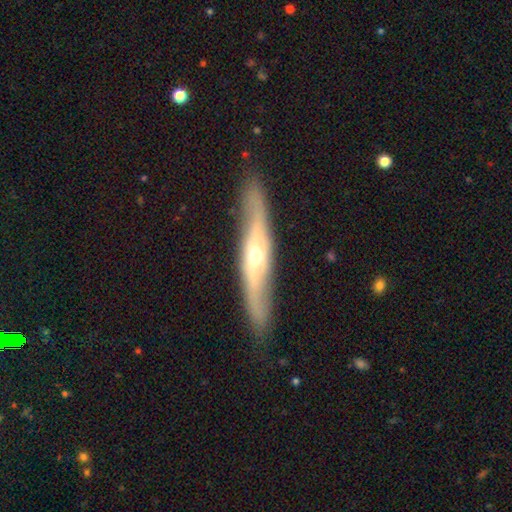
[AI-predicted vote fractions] Smooth or featured? Predicted: featured or disk (p=0.72). Edge-on disk? Predicted: yes (p=0.71). Edge-on bulge? Predicted: rounded (p=0.84). Merging? Predicted: none (p=0.85).